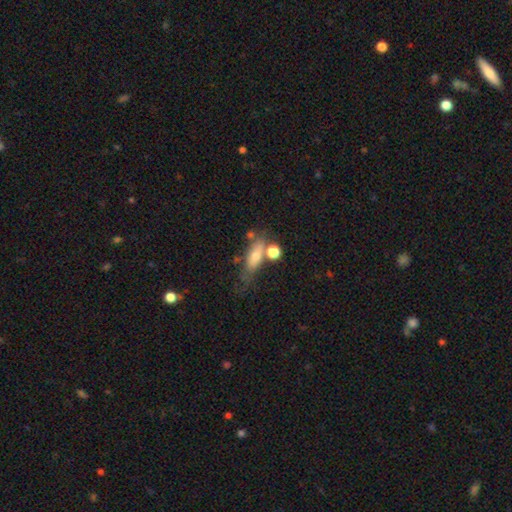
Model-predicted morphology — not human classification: Smooth or featured?
  - smooth: 61% *
  - featured or disk: 27%
  - star or artifact: 11%
How rounded?
  - in between: 60% *
  - cigar-shaped: 31%
  - round: 9%
Merging?
  - none: 46% *
  - minor disturbance: 21%
  - merger: 19%
  - major disturbance: 14%